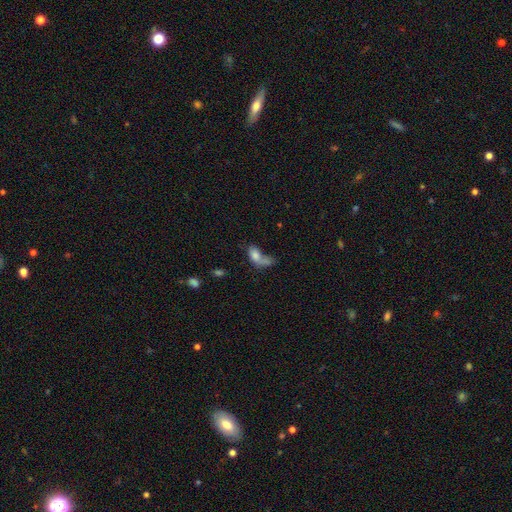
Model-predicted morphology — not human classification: Smooth or featured? smooth (71%)
How rounded? in between (82%)
Merging? merger (50%)